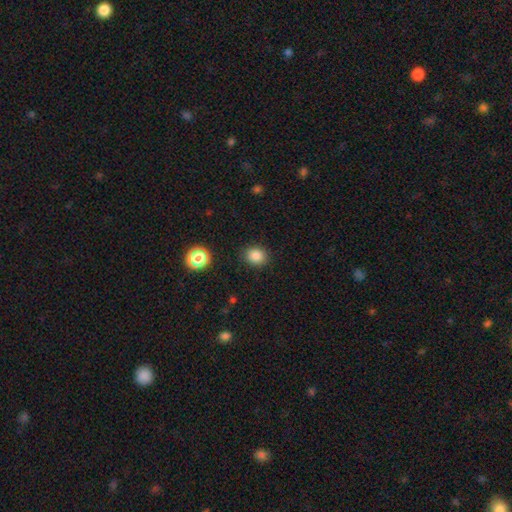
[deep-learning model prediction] Smooth or featured? Predicted: smooth (p=0.84). How rounded? Predicted: round (p=0.69). Merging? Predicted: none (p=0.88).